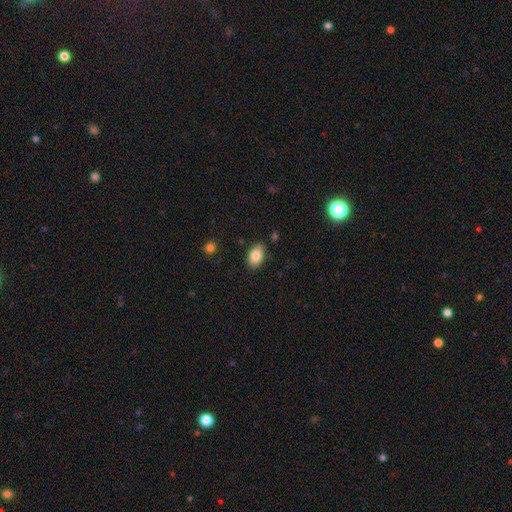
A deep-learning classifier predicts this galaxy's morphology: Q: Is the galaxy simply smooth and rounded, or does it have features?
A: smooth — 84%.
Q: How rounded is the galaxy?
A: in between — 88%.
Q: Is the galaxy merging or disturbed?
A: none — 84%.